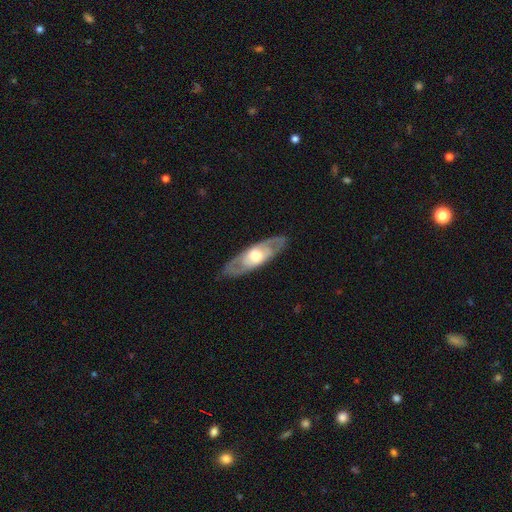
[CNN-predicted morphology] Smooth or featured? Predicted: featured or disk (p=0.68). Edge-on disk? Predicted: no (p=0.73). Merging? Predicted: none (p=0.83).